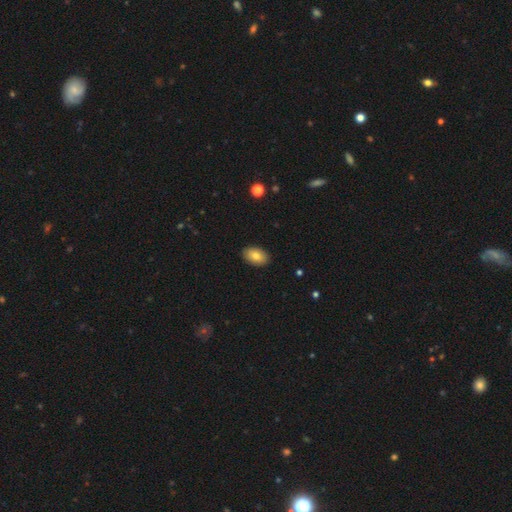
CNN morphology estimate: Q: Smooth or featured?
A: smooth (81%); runner-up: featured or disk (12%)
Q: How rounded?
A: in between (92%); runner-up: round (7%)
Q: Merging?
A: none (89%); runner-up: minor disturbance (8%)